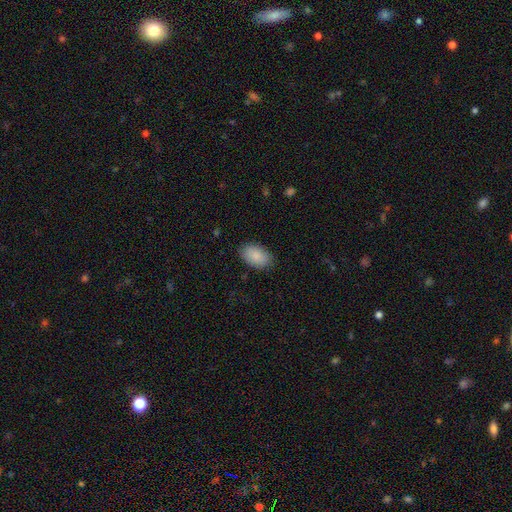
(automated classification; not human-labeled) Q: Smooth or featured?
A: smooth (88%); runner-up: star or artifact (6%)
Q: How rounded?
A: in between (93%); runner-up: round (6%)
Q: Merging?
A: none (85%); runner-up: minor disturbance (11%)